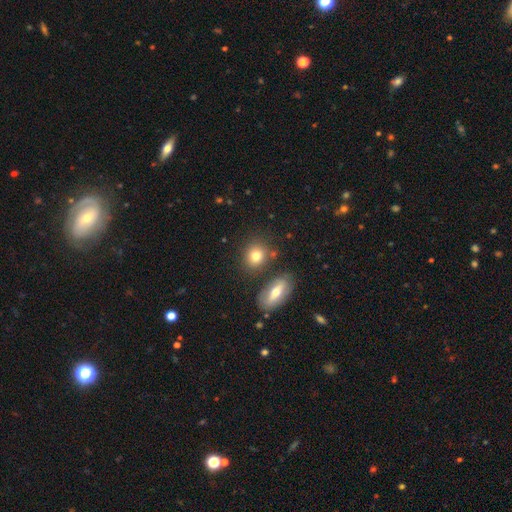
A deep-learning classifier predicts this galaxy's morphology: type=smooth (77%); roundness=round (69%); merging=none (74%).